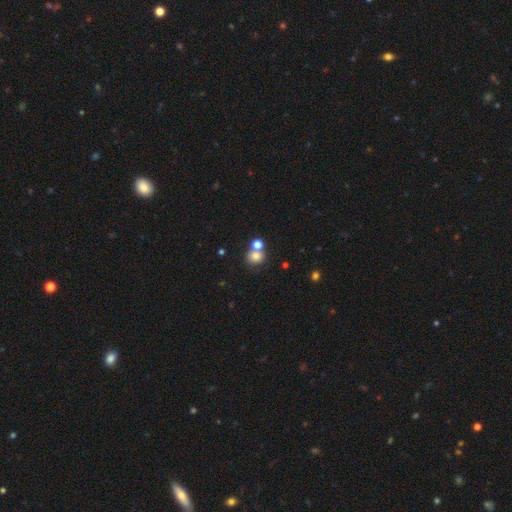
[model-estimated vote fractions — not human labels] This appears to be a smooth galaxy with no disk features (77%) that is round (75%). Merging: none (49%).